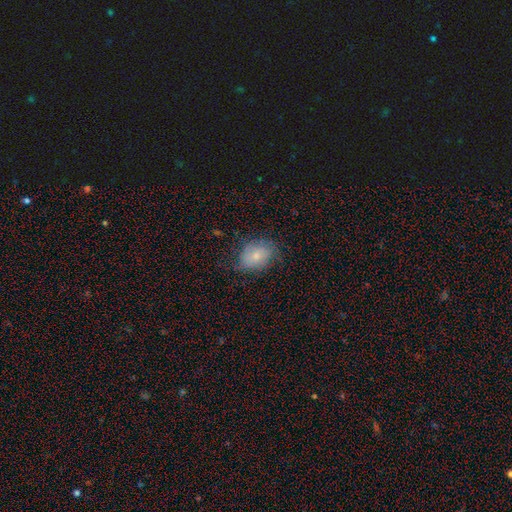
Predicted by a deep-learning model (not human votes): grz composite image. It shows a smooth galaxy with no disk features (71%) that is in between round and cigar-shaped (68%). Merging: none (63%).